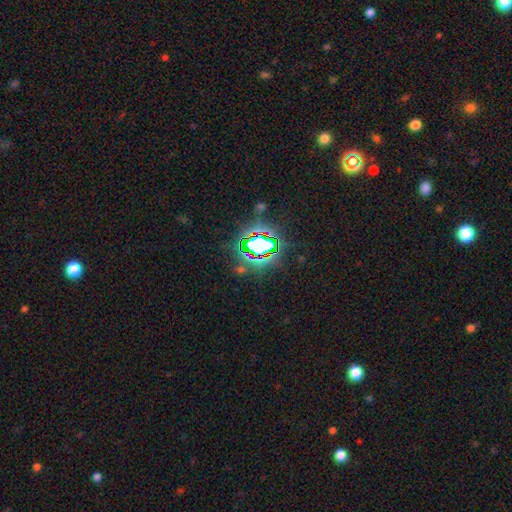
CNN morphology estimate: Smooth or featured?
  - star or artifact: 81% *
  - smooth: 11%
  - featured or disk: 8%